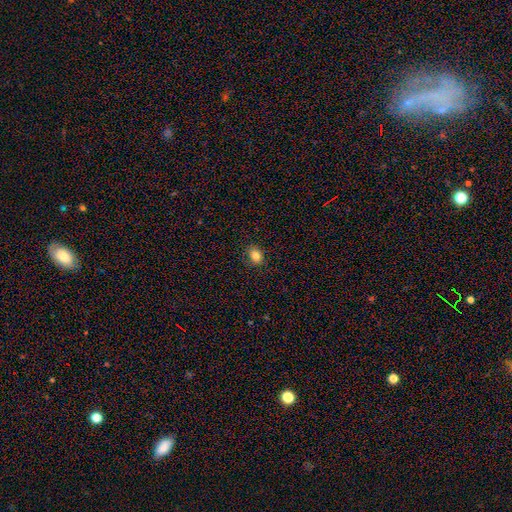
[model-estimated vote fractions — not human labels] smooth 84%, star or artifact 11%, featured or disk 6%. Down the decision tree: how rounded — in between (52%); merging — none (88%).